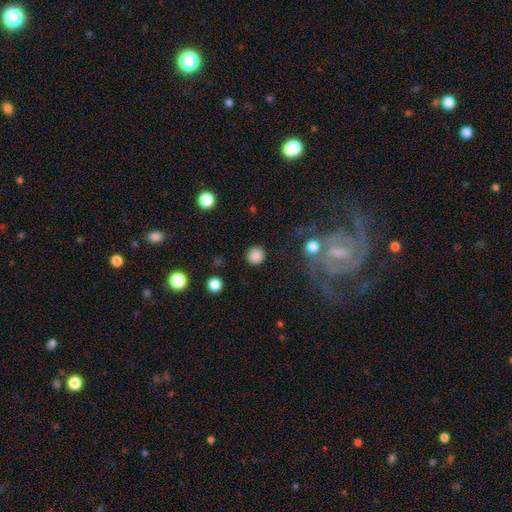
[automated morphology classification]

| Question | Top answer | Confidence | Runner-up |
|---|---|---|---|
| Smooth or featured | smooth | 86% | star or artifact (10%) |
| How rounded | round | 94% | in between (5%) |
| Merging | none | 90% | minor disturbance (6%) |